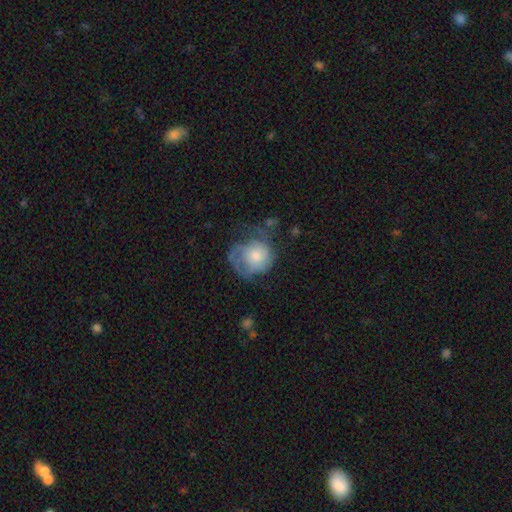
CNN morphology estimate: smooth_or_featured: featured or disk (p=0.48) [alt: smooth p=0.44]
merging: none (p=0.40) [alt: major disturbance p=0.30]